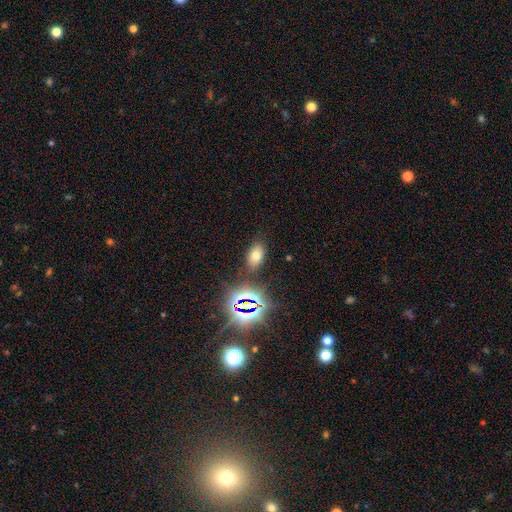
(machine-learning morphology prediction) This appears to be a smooth galaxy with no disk features (63%) that is in between round and cigar-shaped (88%). Merging: none (83%).